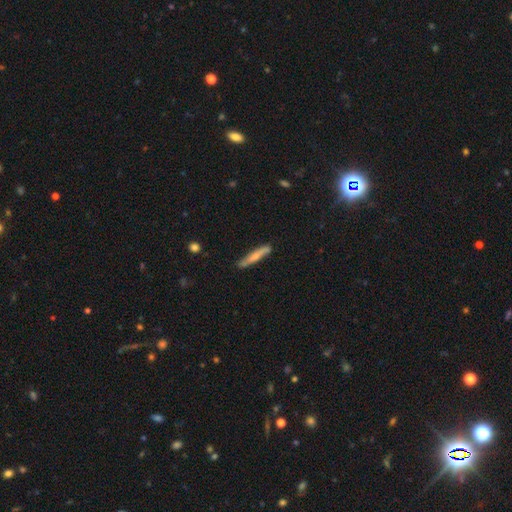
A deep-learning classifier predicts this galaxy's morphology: This appears to be a smooth galaxy with no disk features (59%) that is cigar-shaped (93%). Merging: none (80%).